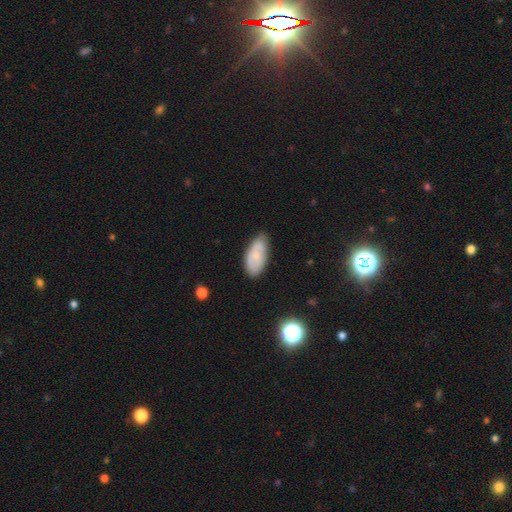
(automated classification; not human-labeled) Morphology: type=smooth (70%); roundness=in between (92%); merging=none (64%).